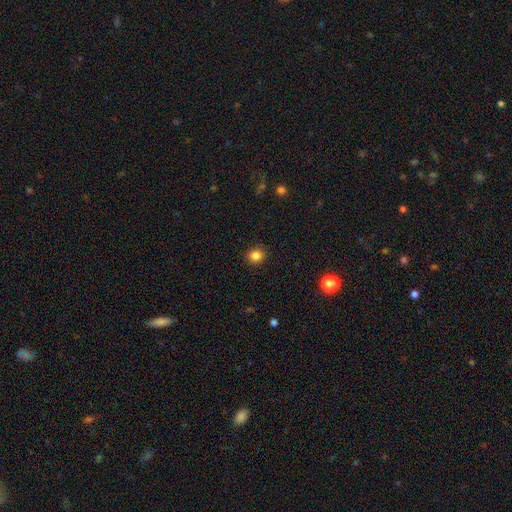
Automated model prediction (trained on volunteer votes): Overall: smooth (83%). How rounded: round (85%). Merging: none (90%).